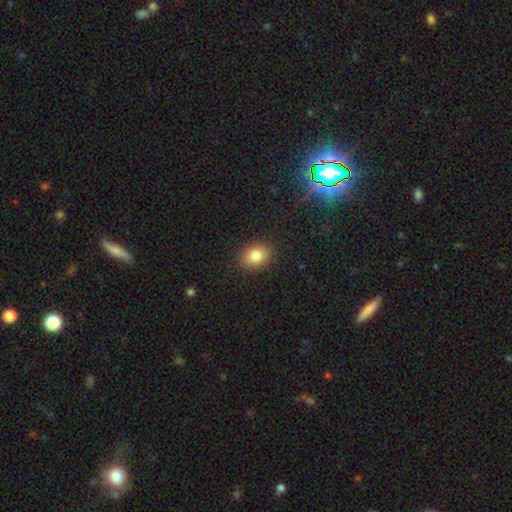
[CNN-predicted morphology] A smooth galaxy with no disk features (84%) that is in between round and cigar-shaped (57%).

Vote fractions:
- Smooth or featured? smooth: 84% / star or artifact: 10% / featured or disk: 6%
- How rounded? in between: 57% / round: 42% / cigar-shaped: 1%
- Merging? none: 88% / minor disturbance: 8% / major disturbance: 2% / merger: 1%